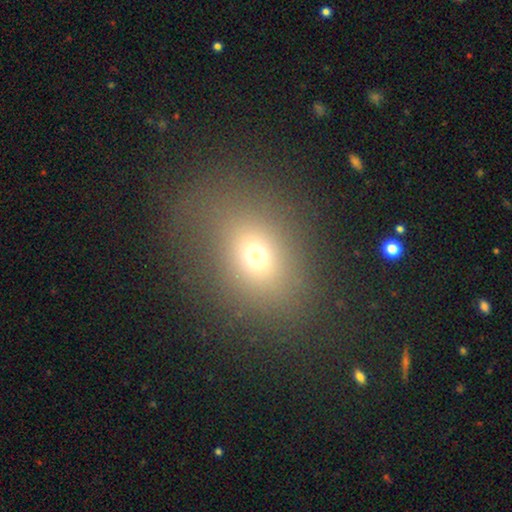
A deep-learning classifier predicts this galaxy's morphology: Smooth or featured?
  - smooth: 67% *
  - star or artifact: 20%
  - featured or disk: 14%
How rounded?
  - in between: 55% *
  - round: 43%
  - cigar-shaped: 1%
Merging?
  - none: 76% *
  - minor disturbance: 13%
  - major disturbance: 10%
  - merger: 2%